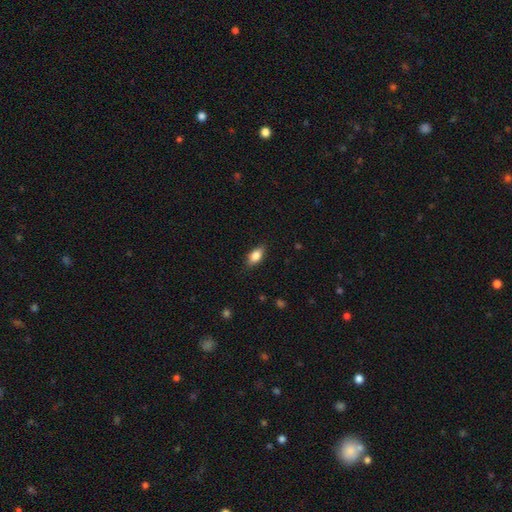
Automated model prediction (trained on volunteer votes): A smooth galaxy with no disk features (82%) that is in between round and cigar-shaped (86%).

Vote fractions:
- Smooth or featured? smooth: 82% / featured or disk: 10% / star or artifact: 7%
- How rounded? in between: 86% / cigar-shaped: 8% / round: 6%
- Merging? none: 83% / minor disturbance: 13% / major disturbance: 3% / merger: 1%